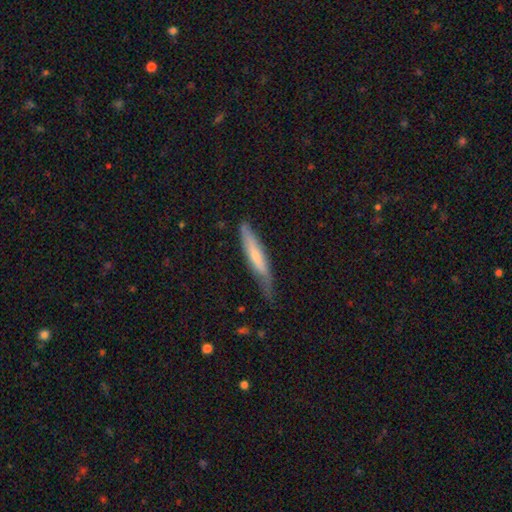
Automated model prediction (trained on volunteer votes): smooth-or-featured: smooth: 58% | featured or disk: 36% | star or artifact: 5%
  how-rounded: cigar-shaped: 89% | in between: 10% | round: 1%
  merging: none: 61% | minor disturbance: 31% | major disturbance: 7% | merger: 2%